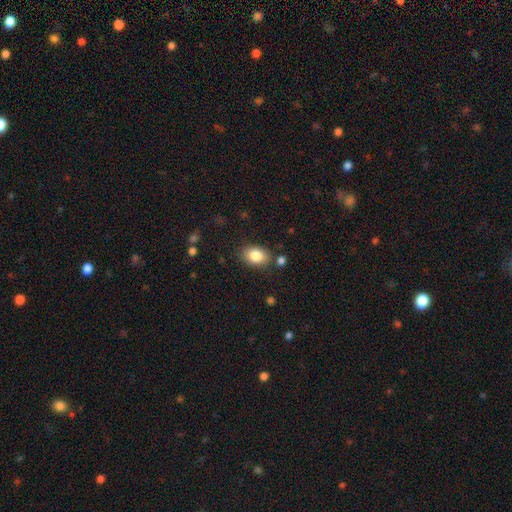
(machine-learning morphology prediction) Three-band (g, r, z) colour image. It shows a smooth galaxy with no disk features (83%) that is in between round and cigar-shaped (79%). Merging: none (82%).